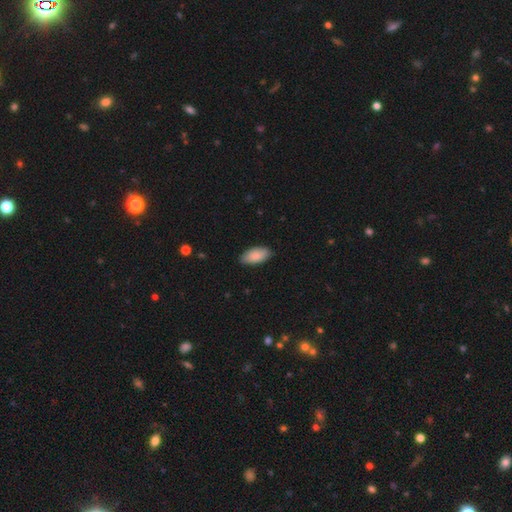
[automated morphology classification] A smooth galaxy with no disk features (87%) that is in between round and cigar-shaped (93%).

Vote fractions:
- Smooth or featured? smooth: 87% / featured or disk: 7% / star or artifact: 6%
- How rounded? in between: 93% / cigar-shaped: 5% / round: 2%
- Merging? none: 84% / minor disturbance: 13% / major disturbance: 2% / merger: 1%